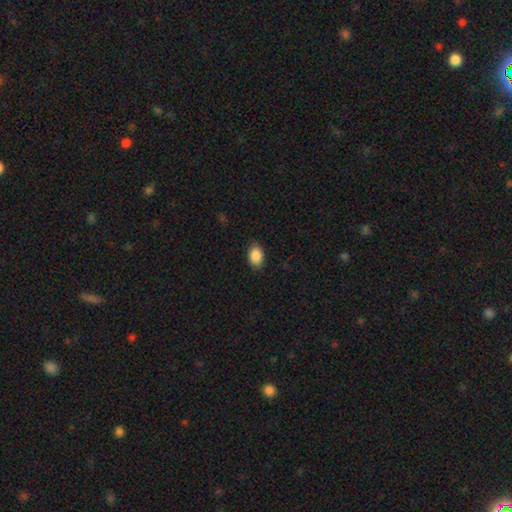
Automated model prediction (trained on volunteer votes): A smooth galaxy with no disk features (89%) that is in between round and cigar-shaped (85%). Merging: none (86%).